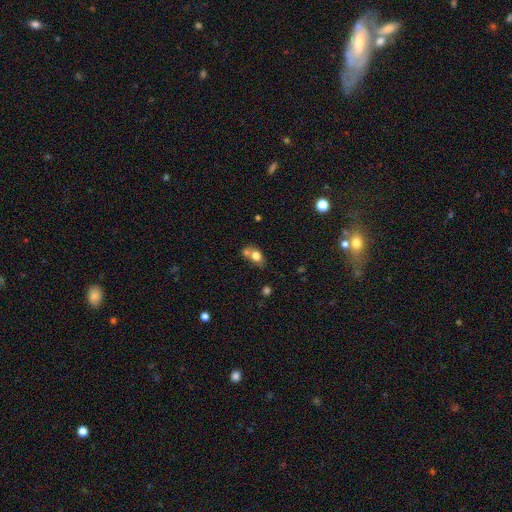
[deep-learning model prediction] Q: Smooth or featured?
A: smooth (75%); runner-up: featured or disk (15%)
Q: How rounded?
A: in between (59%); runner-up: round (39%)
Q: Merging?
A: merger (47%); runner-up: none (36%)